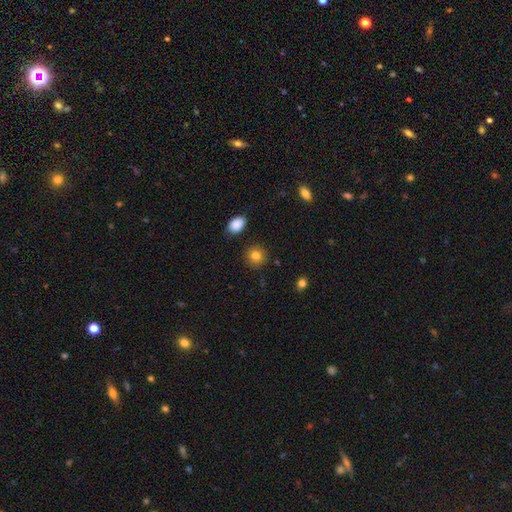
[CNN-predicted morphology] smooth 82%, star or artifact 11%, featured or disk 8%. Down the decision tree: how rounded — round (89%); merging — none (88%).